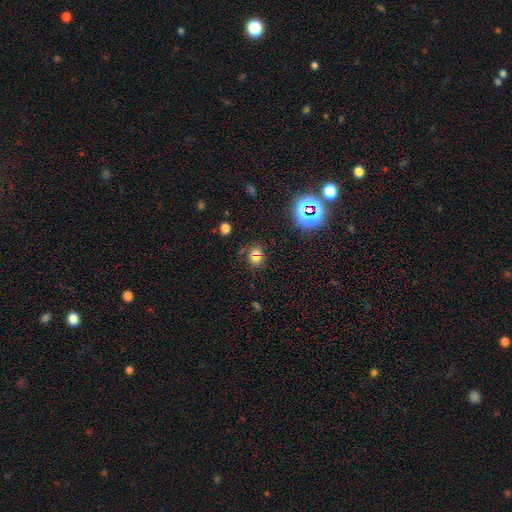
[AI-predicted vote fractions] Smooth or featured? smooth (60%)
How rounded? round (68%)
Merging? none (64%)